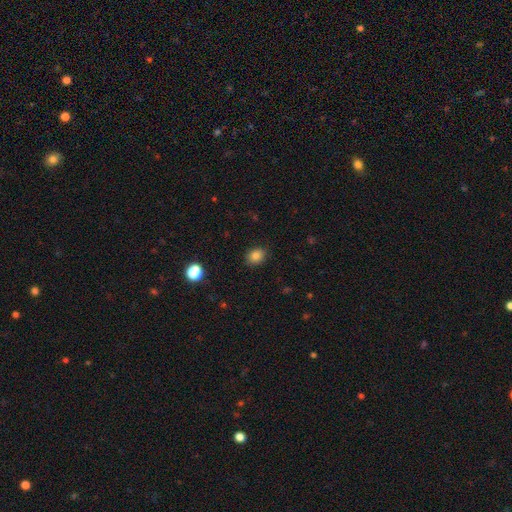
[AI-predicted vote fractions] Smooth or featured: smooth — 83% (star or artifact — 11%)
How rounded: in between — 51% (round — 48%)
Merging: none — 87% (minor disturbance — 9%)